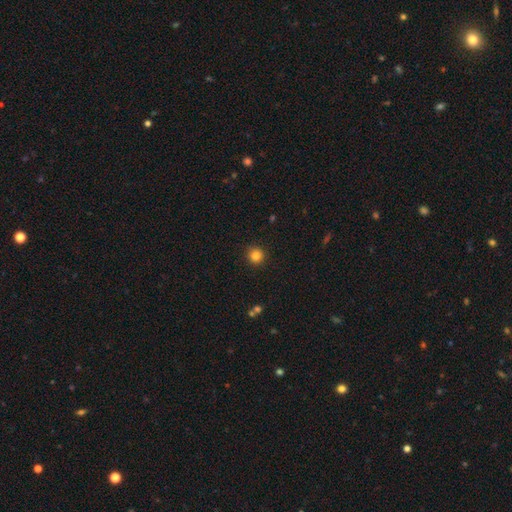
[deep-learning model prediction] A smooth galaxy with no disk features (83%) that is round (95%). Merging: none (92%).